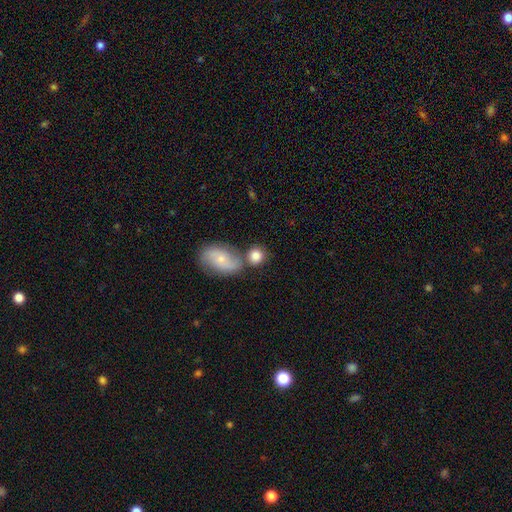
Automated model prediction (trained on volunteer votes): This appears to be a smooth galaxy with no disk features (77%) that is round (77%). Merging: none (56%).